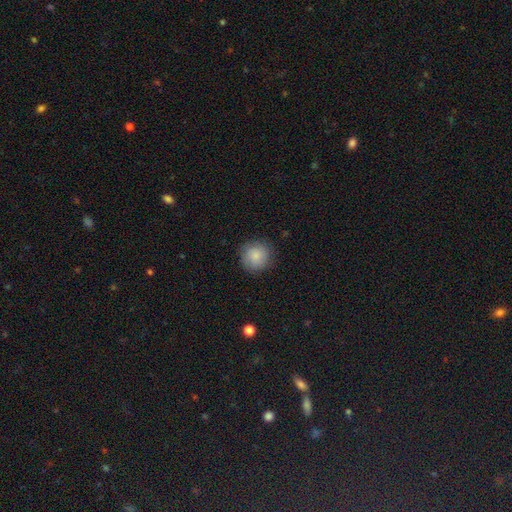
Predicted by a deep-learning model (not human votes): Morphology: type=smooth (86%); roundness=round (92%); merging=none (85%).